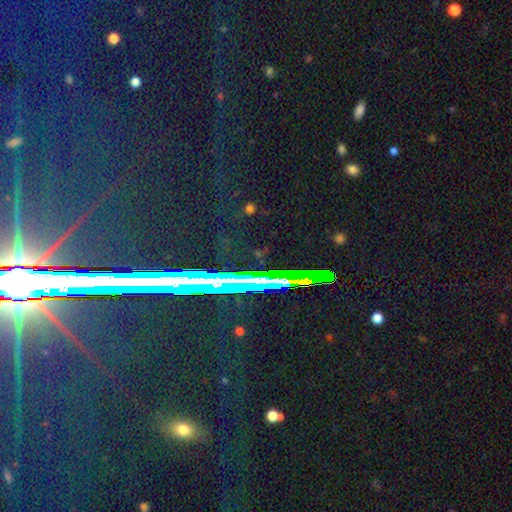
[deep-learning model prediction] A star or artifact, not a galaxy (76%).

Vote fractions:
- Smooth or featured? star or artifact: 76% / featured or disk: 14% / smooth: 9%